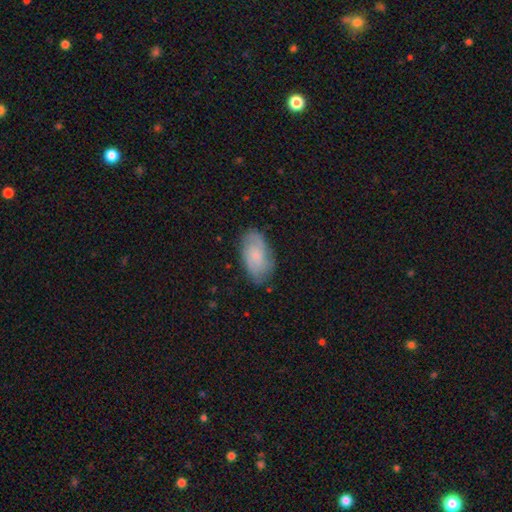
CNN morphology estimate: Q: Smooth or featured?
A: smooth (53%); runner-up: featured or disk (40%)
Q: How rounded?
A: in between (93%); runner-up: round (4%)
Q: Merging?
A: none (76%); runner-up: minor disturbance (19%)